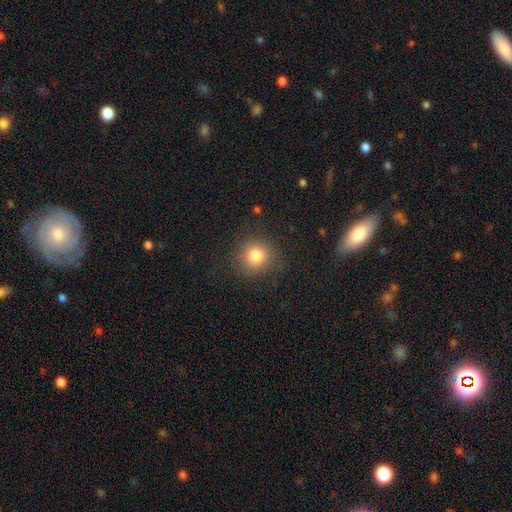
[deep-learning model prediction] smooth_or_featured: smooth (p=0.80) [alt: star or artifact p=0.13]
how_rounded: round (p=0.88) [alt: in between p=0.11]
merging: none (p=0.85) [alt: minor disturbance p=0.10]